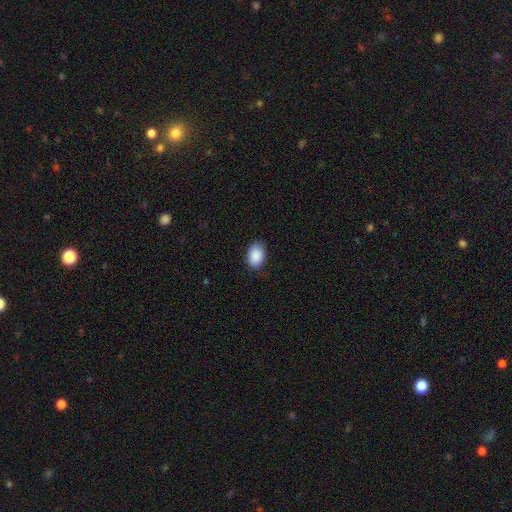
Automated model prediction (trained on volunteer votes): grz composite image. It shows a smooth galaxy with no disk features (90%) that is in between round and cigar-shaped (82%). Merging: none (82%).